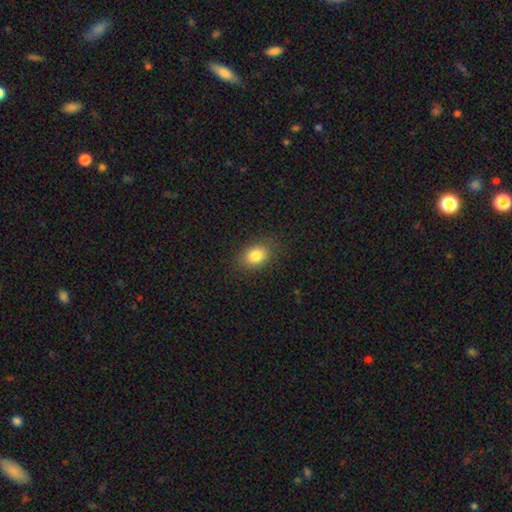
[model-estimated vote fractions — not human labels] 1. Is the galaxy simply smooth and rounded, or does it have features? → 83% smooth, 10% star or artifact, 7% featured or disk.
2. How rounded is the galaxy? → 69% in between, 30% round, 1% cigar-shaped.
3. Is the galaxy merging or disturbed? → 85% none, 11% minor disturbance, 3% major disturbance, 1% merger.